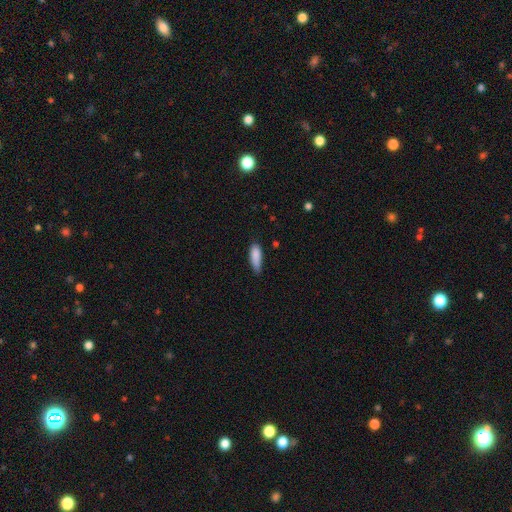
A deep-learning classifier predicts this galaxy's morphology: Smooth or featured?
  - smooth: 86% *
  - star or artifact: 7%
  - featured or disk: 7%
How rounded?
  - in between: 56% *
  - cigar-shaped: 43%
  - round: 2%
Merging?
  - none: 58% *
  - minor disturbance: 33%
  - major disturbance: 6%
  - merger: 2%